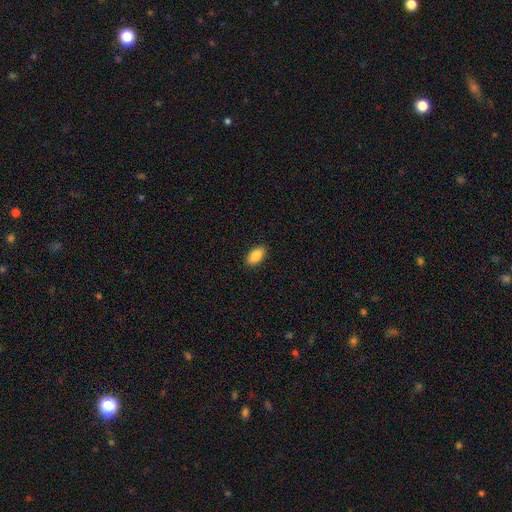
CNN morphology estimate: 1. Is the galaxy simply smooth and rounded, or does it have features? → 87% smooth, 7% star or artifact, 6% featured or disk.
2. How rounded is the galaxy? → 93% in between, 4% round, 4% cigar-shaped.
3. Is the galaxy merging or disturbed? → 90% none, 8% minor disturbance, 2% major disturbance, 1% merger.